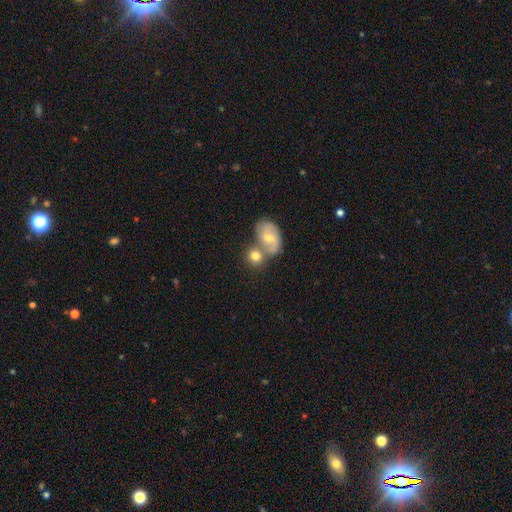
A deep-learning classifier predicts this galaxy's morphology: smooth-or-featured: smooth: 71% | featured or disk: 21% | star or artifact: 8%
  how-rounded: round: 61% | in between: 37% | cigar-shaped: 2%
  merging: merger: 47% | none: 40% | minor disturbance: 10% | major disturbance: 4%